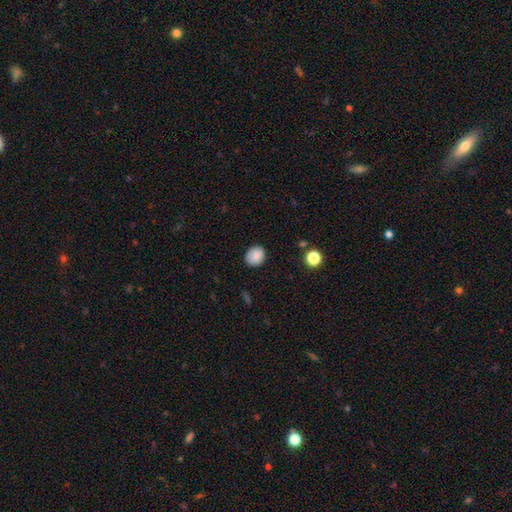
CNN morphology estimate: This appears to be a smooth galaxy with no disk features (87%) that is round (65%). Merging: none (86%).